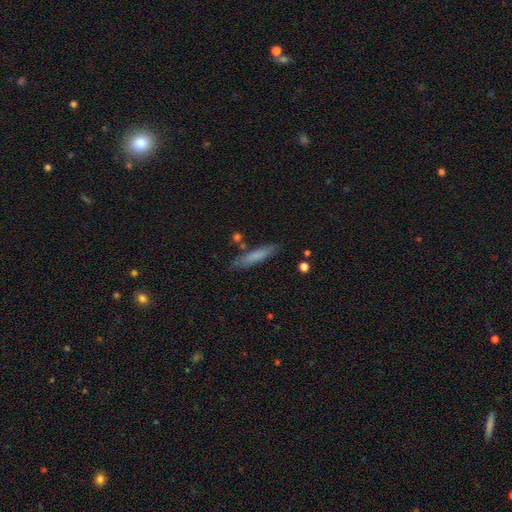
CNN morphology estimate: The model was most divided on "smooth or featured": smooth: 73%, featured or disk: 20%, star or artifact: 7%. More confident: how rounded — cigar-shaped (88%); merging — none (82%).